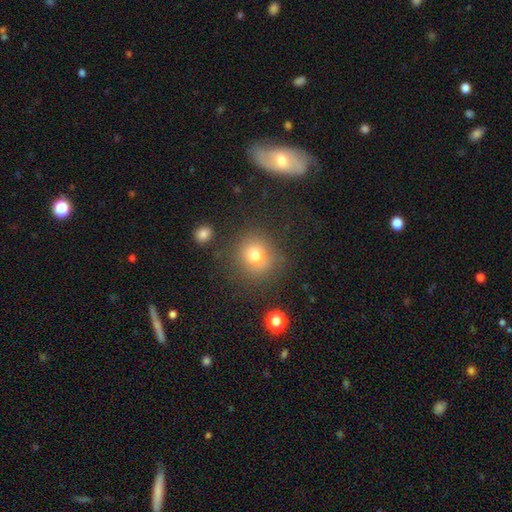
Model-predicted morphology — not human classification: Q: Smooth or featured?
A: smooth (75%); runner-up: star or artifact (15%)
Q: How rounded?
A: round (88%); runner-up: in between (11%)
Q: Merging?
A: none (82%); runner-up: minor disturbance (11%)